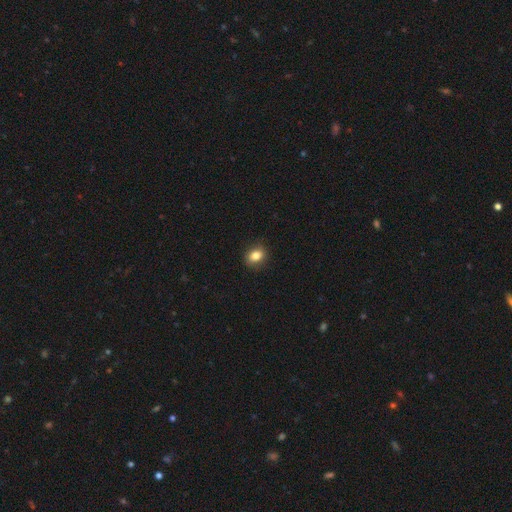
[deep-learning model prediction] smooth 83%, star or artifact 10%, featured or disk 7%. Down the decision tree: how rounded — in between (52%); merging — none (87%).